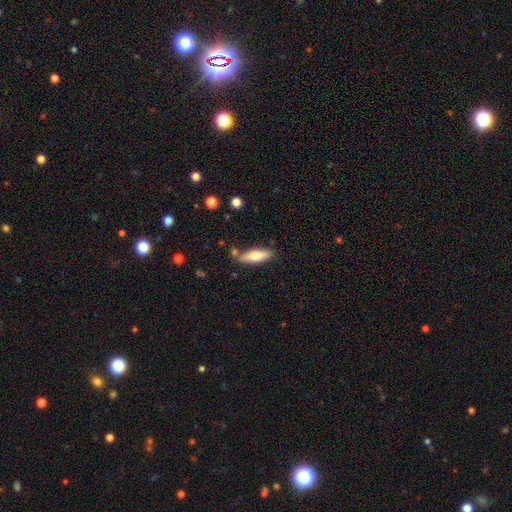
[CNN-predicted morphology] Smooth or featured?
  - smooth: 73% *
  - featured or disk: 21%
  - star or artifact: 6%
How rounded?
  - in between: 53% *
  - cigar-shaped: 45%
  - round: 2%
Merging?
  - none: 73% *
  - minor disturbance: 16%
  - merger: 7%
  - major disturbance: 4%